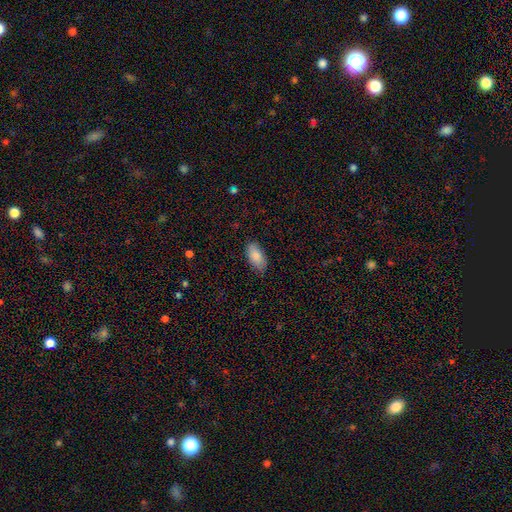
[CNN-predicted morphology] smooth 87%, featured or disk 7%, star or artifact 6%. Down the decision tree: how rounded — in between (93%); merging — none (81%).